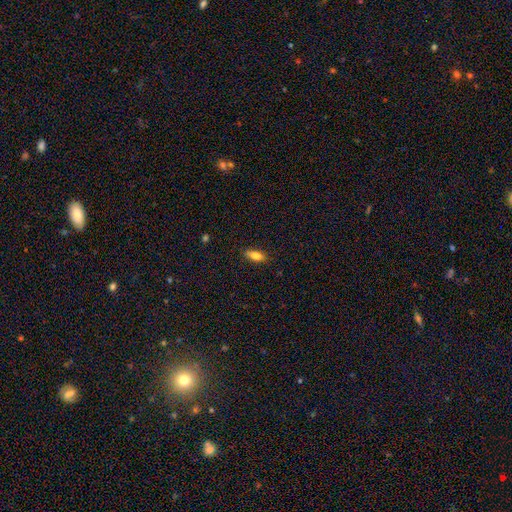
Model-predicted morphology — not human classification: The model was most divided on "how rounded": in between: 74%, cigar-shaped: 23%, round: 3%. More confident: merging — none (87%); smooth or featured — smooth (79%).